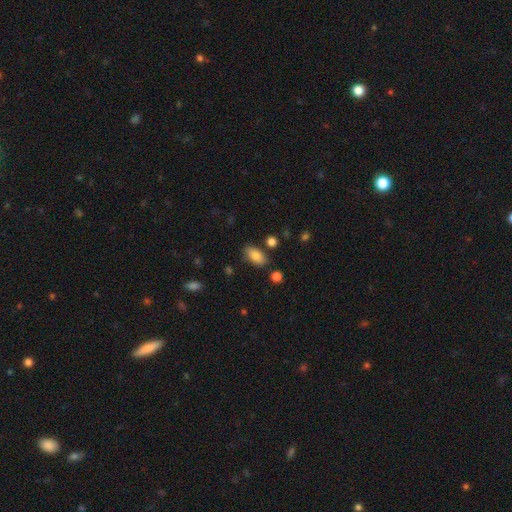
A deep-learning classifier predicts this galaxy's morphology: A smooth galaxy with no disk features (84%) that is in between round and cigar-shaped (92%).

Vote fractions:
- Smooth or featured? smooth: 84% / featured or disk: 8% / star or artifact: 8%
- How rounded? in between: 92% / round: 4% / cigar-shaped: 4%
- Merging? none: 81% / minor disturbance: 13% / merger: 4% / major disturbance: 3%